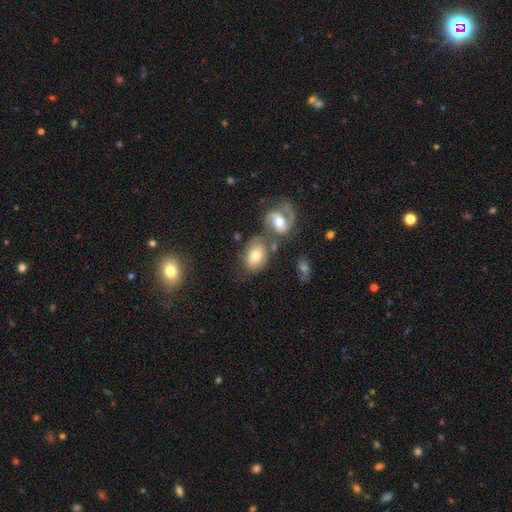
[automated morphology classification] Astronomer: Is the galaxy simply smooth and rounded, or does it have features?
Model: smooth — 59%.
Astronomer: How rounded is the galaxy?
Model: in between — 76%.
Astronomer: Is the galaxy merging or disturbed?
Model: none — 43% (runner-up: merger, 35%).